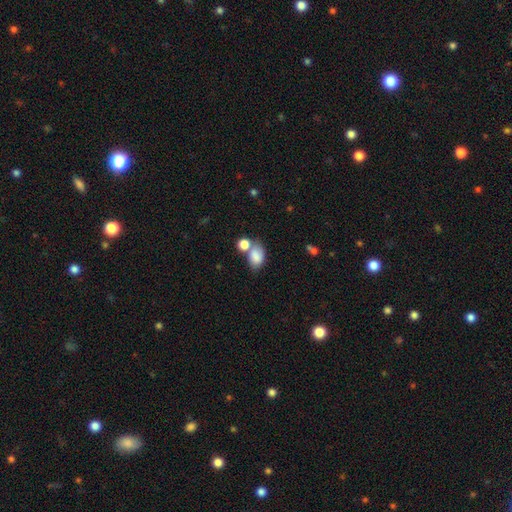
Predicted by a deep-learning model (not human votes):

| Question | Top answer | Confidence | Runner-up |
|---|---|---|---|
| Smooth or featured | smooth | 82% | star or artifact (9%) |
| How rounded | in between | 80% | round (19%) |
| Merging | none | 42% | merger (35%) |